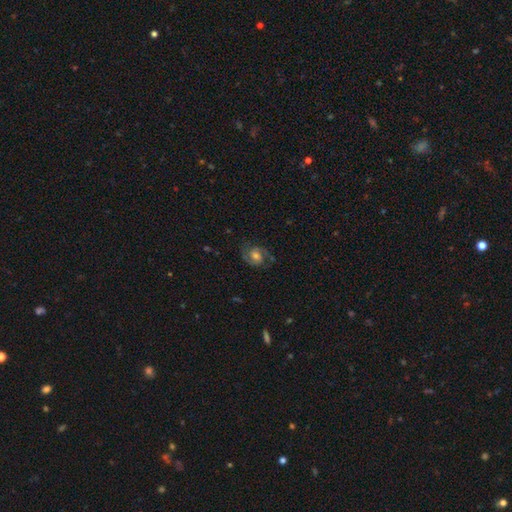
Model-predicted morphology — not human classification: A featured or disk galaxy (75%) with no bar (53%), 2 (90%) medium (54%) spiral arms (94%) and a moderate central bulge (60%). Merging: none (75%).